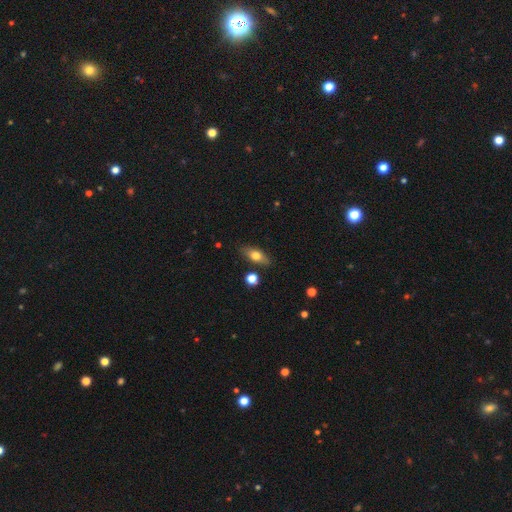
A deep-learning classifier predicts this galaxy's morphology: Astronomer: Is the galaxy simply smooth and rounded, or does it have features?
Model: smooth — 67%.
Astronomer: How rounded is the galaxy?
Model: in between — 74%.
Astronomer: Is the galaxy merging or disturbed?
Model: none — 83%.